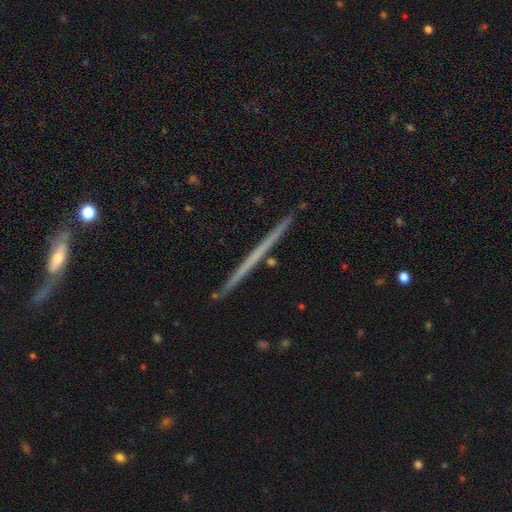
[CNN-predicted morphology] Q: Smooth or featured?
A: featured or disk (65%); runner-up: smooth (28%)
Q: Edge-on disk?
A: yes (98%); runner-up: no (2%)
Q: Edge-on bulge?
A: none (87%); runner-up: rounded (10%)
Q: Merging?
A: none (92%); runner-up: minor disturbance (6%)